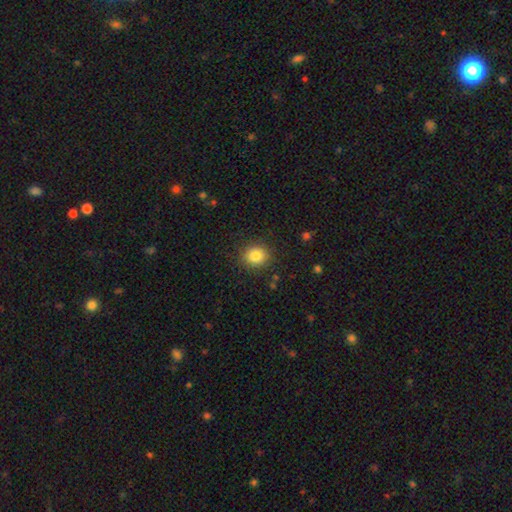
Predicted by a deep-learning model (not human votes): Smooth or featured? smooth (83%)
How rounded? round (82%)
Merging? none (88%)